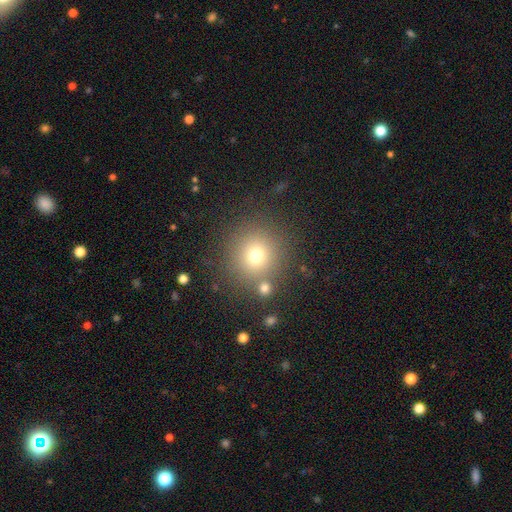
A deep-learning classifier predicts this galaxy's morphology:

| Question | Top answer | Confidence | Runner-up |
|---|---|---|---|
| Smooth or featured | smooth | 71% | star or artifact (18%) |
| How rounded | round | 93% | in between (6%) |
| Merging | none | 80% | minor disturbance (8%) |